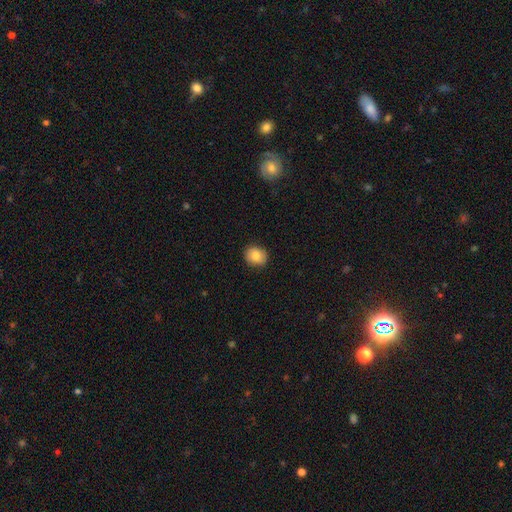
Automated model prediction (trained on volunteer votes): smooth_or_featured: smooth (p=0.81) [alt: featured or disk p=0.10]
how_rounded: round (p=0.67) [alt: in between p=0.32]
merging: none (p=0.87) [alt: minor disturbance p=0.10]